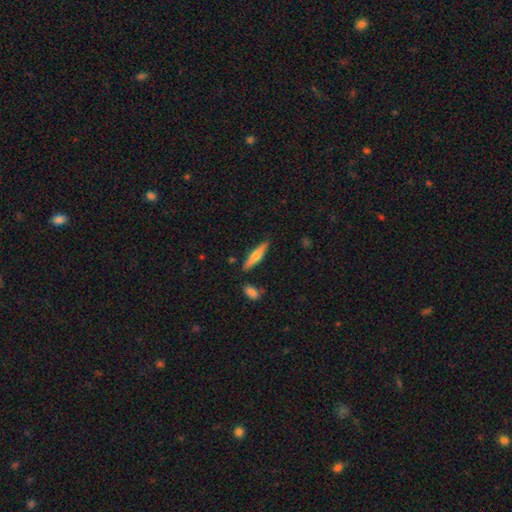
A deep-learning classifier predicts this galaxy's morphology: smooth-or-featured: smooth: 52% | featured or disk: 43% | star or artifact: 6%
  how-rounded: cigar-shaped: 83% | in between: 15% | round: 2%
  merging: none: 84% | minor disturbance: 10% | merger: 4% | major disturbance: 2%